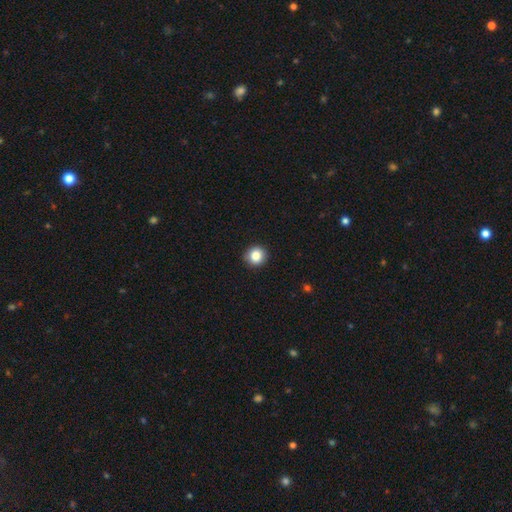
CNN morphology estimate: A smooth galaxy with no disk features (85%) that is round (90%). Merging: none (90%).